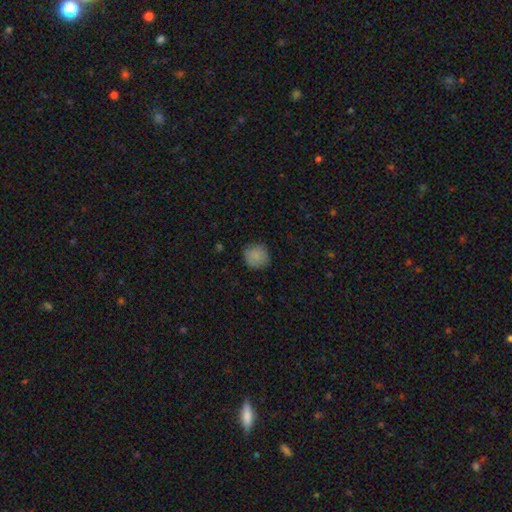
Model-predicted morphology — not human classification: smooth 86%, star or artifact 9%, featured or disk 6%. Down the decision tree: how rounded — round (89%); merging — none (82%).